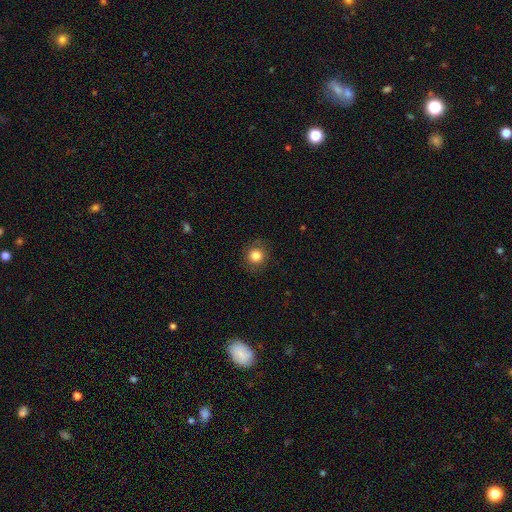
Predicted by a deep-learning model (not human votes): Morphology: type=smooth (83%); roundness=round (90%); merging=none (86%).